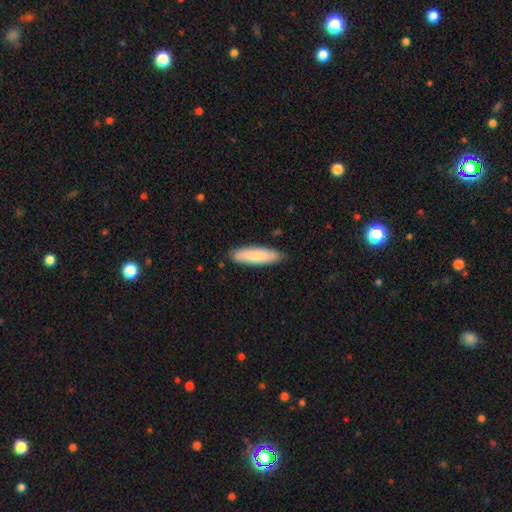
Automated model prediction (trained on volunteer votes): The model was most divided on "how rounded": cigar-shaped: 64%, in between: 34%, round: 1%. More confident: merging — none (84%); smooth or featured — smooth (80%).